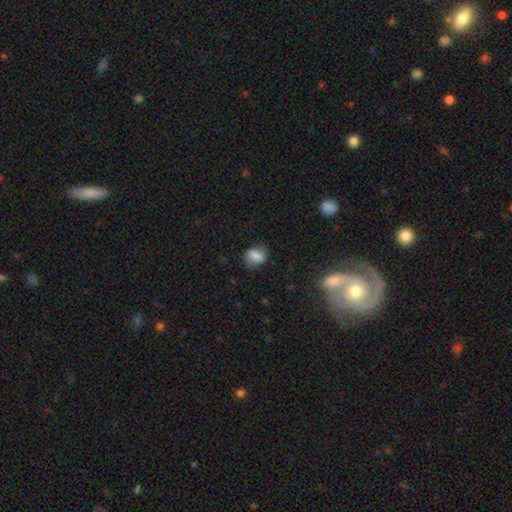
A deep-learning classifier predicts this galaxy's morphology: smooth 74%, featured or disk 17%, star or artifact 9%. Down the decision tree: how rounded — in between (61%); merging — none (71%).